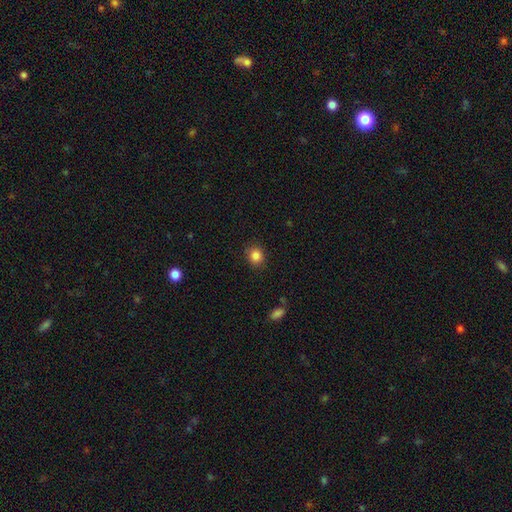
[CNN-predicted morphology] A smooth galaxy with no disk features (85%) that is round (75%).

Vote fractions:
- Smooth or featured? smooth: 85% / star or artifact: 11% / featured or disk: 4%
- How rounded? round: 75% / in between: 24% / cigar-shaped: 1%
- Merging? none: 87% / minor disturbance: 9% / major disturbance: 3% / merger: 1%